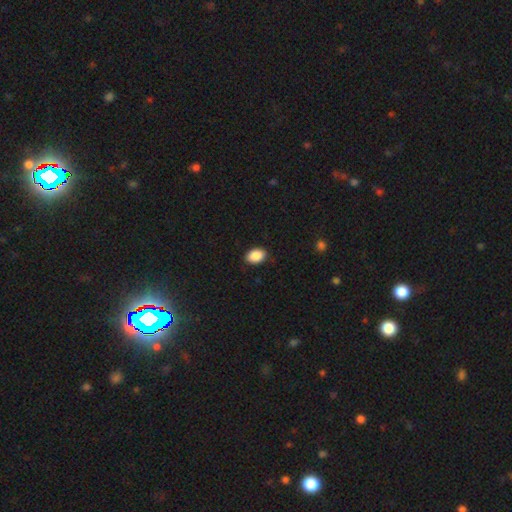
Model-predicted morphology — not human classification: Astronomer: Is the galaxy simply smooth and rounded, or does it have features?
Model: smooth — 90%.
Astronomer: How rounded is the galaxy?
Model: in between — 86%.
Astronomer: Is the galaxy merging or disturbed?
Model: none — 88%.